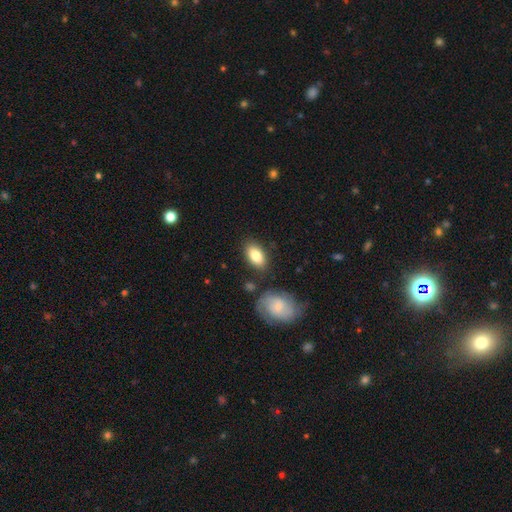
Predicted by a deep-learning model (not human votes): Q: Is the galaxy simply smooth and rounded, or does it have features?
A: smooth — 83%.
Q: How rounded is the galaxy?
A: in between — 91%.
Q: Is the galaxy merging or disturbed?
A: none — 80%.